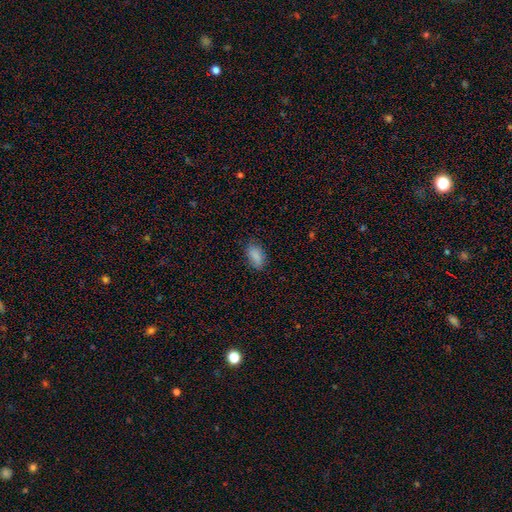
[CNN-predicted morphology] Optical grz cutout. It shows a smooth galaxy with no disk features (85%) that is in between round and cigar-shaped (91%). Merging: none (78%).